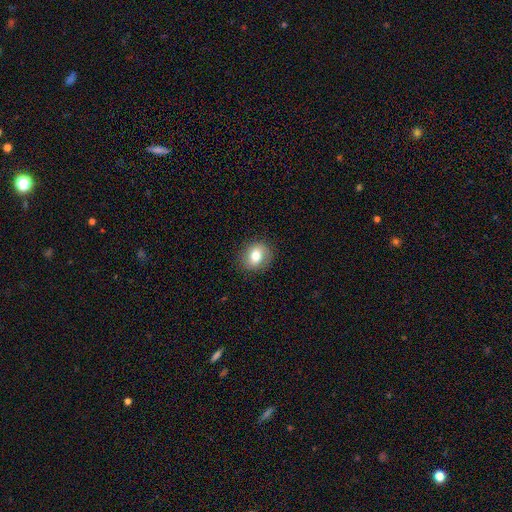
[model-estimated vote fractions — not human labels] Smooth or featured: smooth — 74% (featured or disk — 17%)
How rounded: round — 69% (in between — 30%)
Merging: none — 85% (minor disturbance — 11%)